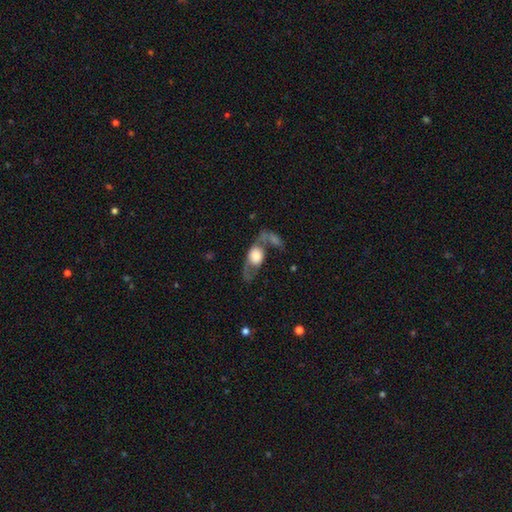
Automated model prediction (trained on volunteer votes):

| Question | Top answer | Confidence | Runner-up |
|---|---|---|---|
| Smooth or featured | featured or disk | 49% | smooth (44%) |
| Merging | none | 32% | merger (27%) |